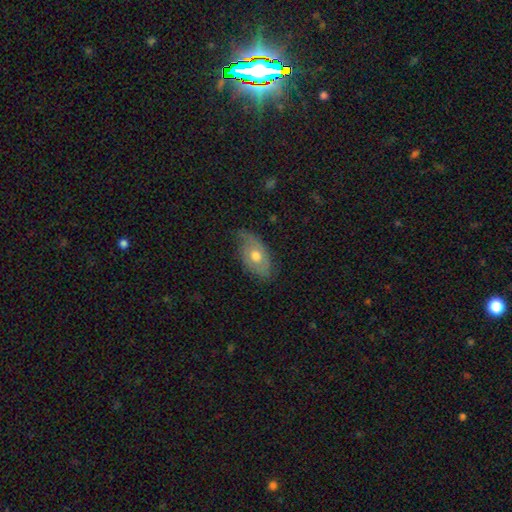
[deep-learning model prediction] Smooth or featured?
  - featured or disk: 49% *
  - smooth: 44%
  - star or artifact: 7%
Merging?
  - none: 61% *
  - minor disturbance: 30%
  - major disturbance: 8%
  - merger: 1%